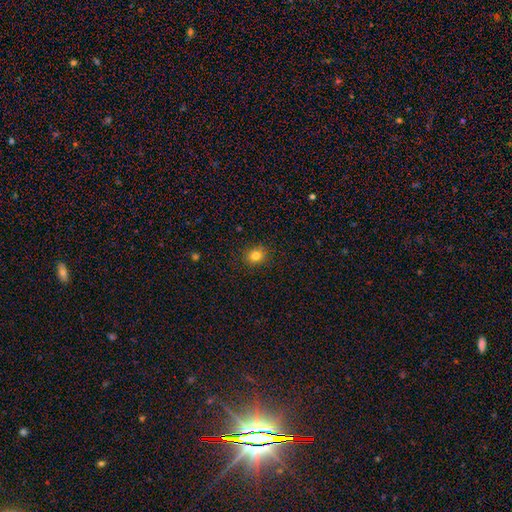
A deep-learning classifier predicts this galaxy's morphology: Smooth or featured? smooth (81%)
How rounded? round (74%)
Merging? none (89%)